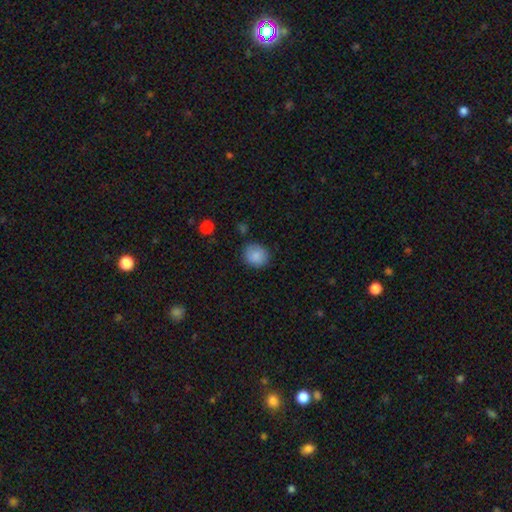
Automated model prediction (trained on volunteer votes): This is clearly a smooth galaxy (86%). How rounded: likely round (79%). Merging: clearly none (81%).